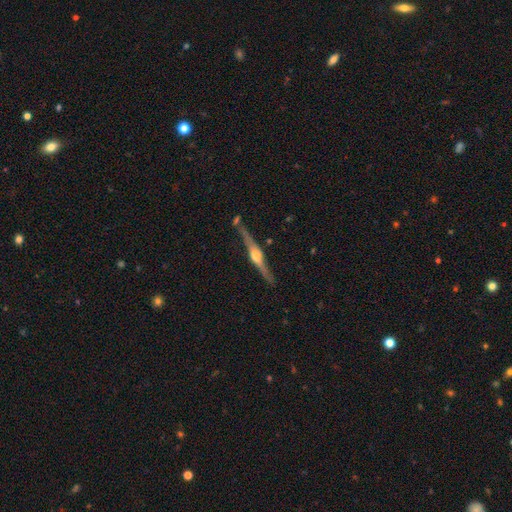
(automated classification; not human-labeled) Smooth or featured: featured or disk — 82% (smooth — 12%)
Edge-on disk: yes — 97% (no — 3%)
Edge-on bulge: rounded — 92% (boxy — 6%)
Merging: none — 80% (minor disturbance — 13%)